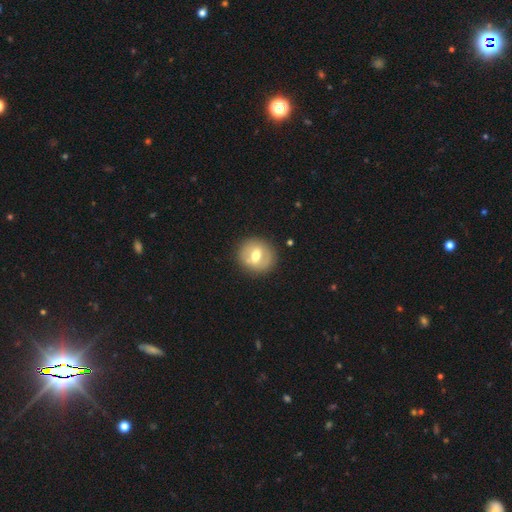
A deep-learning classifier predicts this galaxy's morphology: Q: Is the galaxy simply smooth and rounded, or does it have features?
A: smooth — 49%.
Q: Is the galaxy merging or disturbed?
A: none — 85%.